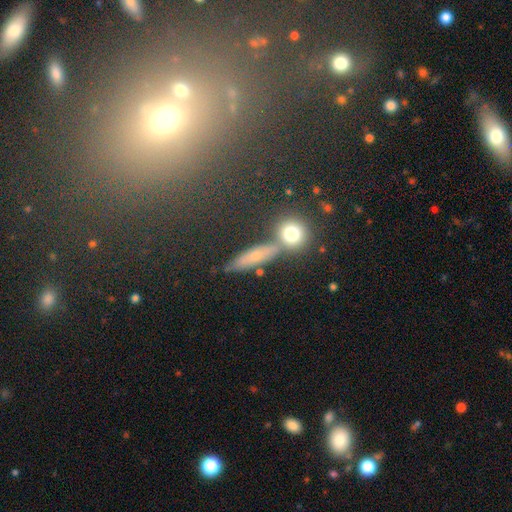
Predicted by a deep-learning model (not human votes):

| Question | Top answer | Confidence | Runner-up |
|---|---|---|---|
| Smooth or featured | smooth | 65% | featured or disk (22%) |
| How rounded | cigar-shaped | 58% | in between (23%) |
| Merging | none | 70% | merger (13%) |